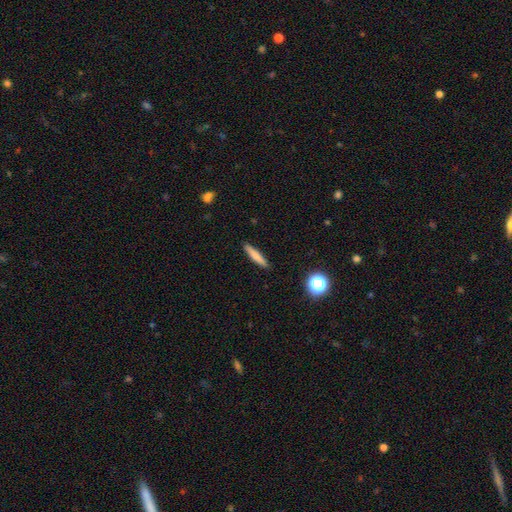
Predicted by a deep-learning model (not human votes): Smooth or featured? smooth (74%)
How rounded? cigar-shaped (90%)
Merging? none (90%)